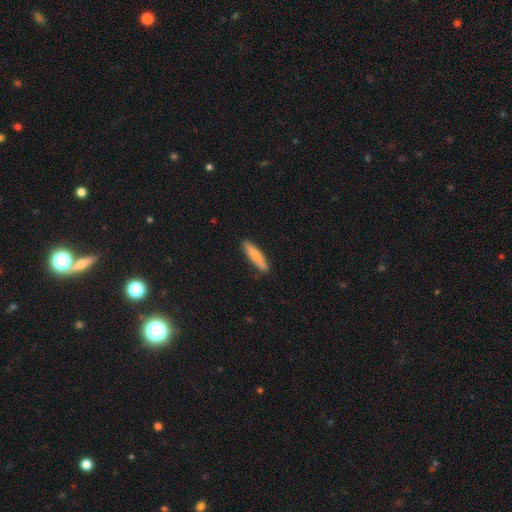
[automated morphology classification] smooth_or_featured: smooth (p=0.78) [alt: featured or disk p=0.17]
how_rounded: cigar-shaped (p=0.83) [alt: in between p=0.15]
merging: none (p=0.88) [alt: minor disturbance p=0.09]